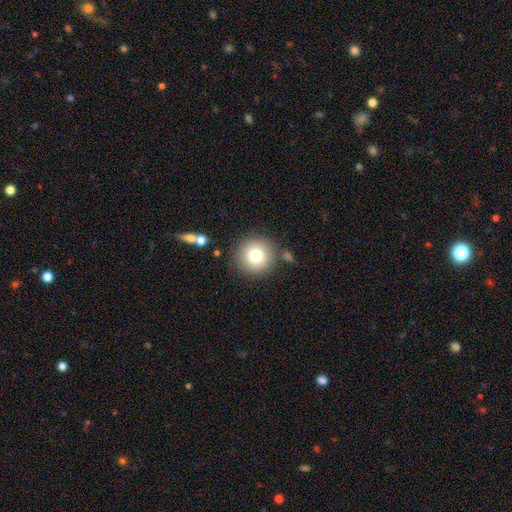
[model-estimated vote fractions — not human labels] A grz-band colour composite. It shows a smooth galaxy with no disk features (78%) that is round (95%). Merging: none (84%).